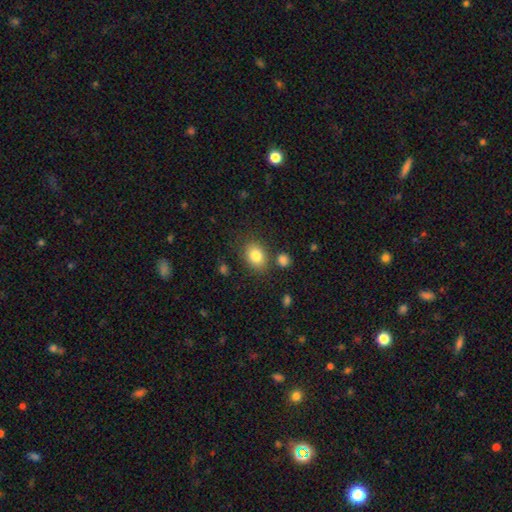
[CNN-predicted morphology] Smooth or featured: smooth — 83% (star or artifact — 9%)
How rounded: in between — 67% (round — 32%)
Merging: none — 76% (minor disturbance — 13%)